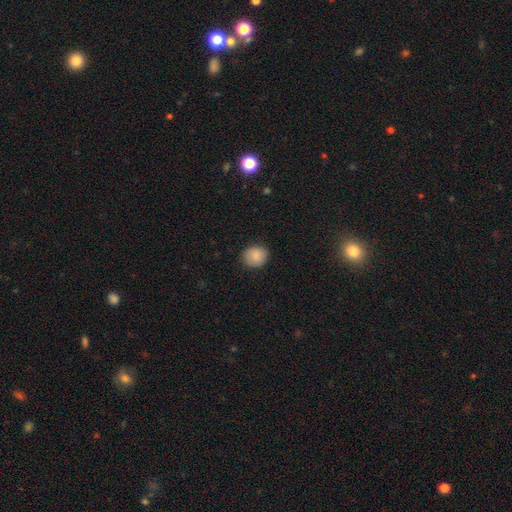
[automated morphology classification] smooth 88%, star or artifact 8%, featured or disk 4%. Down the decision tree: how rounded — round (78%); merging — none (87%).